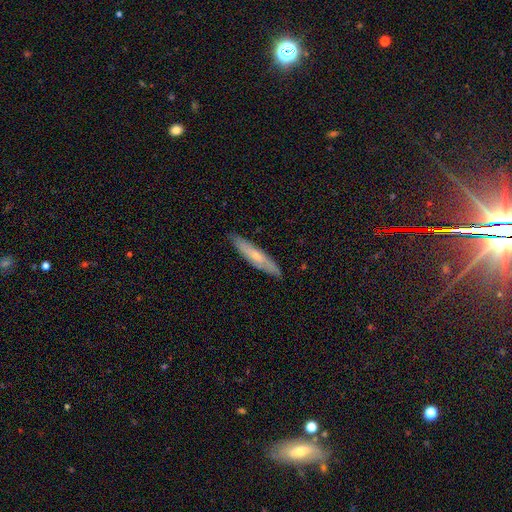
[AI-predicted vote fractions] Smooth or featured: smooth — 52% (featured or disk — 42%)
How rounded: cigar-shaped — 85% (in between — 13%)
Merging: none — 87% (minor disturbance — 10%)